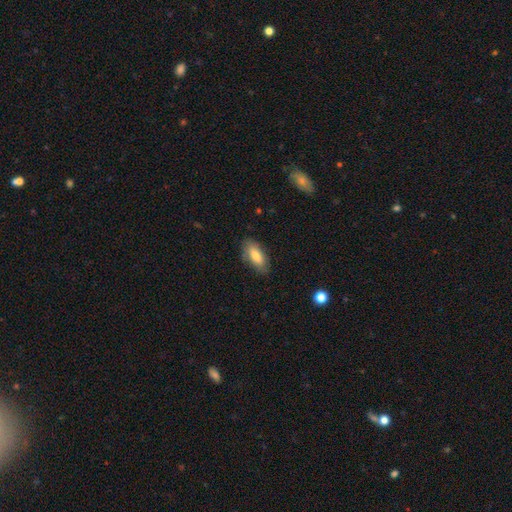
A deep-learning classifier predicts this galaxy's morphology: smooth_or_featured: smooth (p=0.77) [alt: featured or disk p=0.16]
how_rounded: in between (p=0.86) [alt: cigar-shaped p=0.11]
merging: none (p=0.77) [alt: minor disturbance p=0.18]